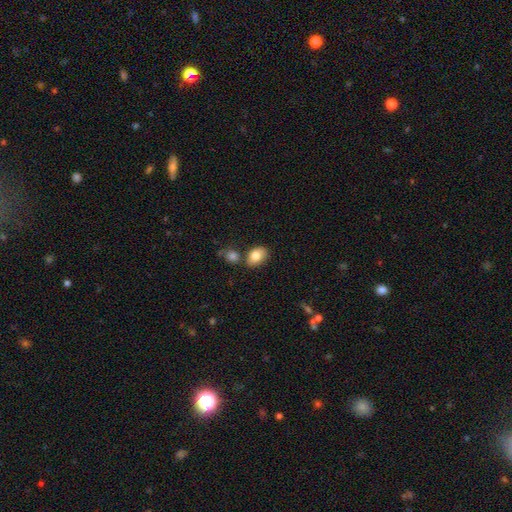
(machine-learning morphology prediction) A smooth galaxy with no disk features (82%) that is in between round and cigar-shaped (83%). Merging: none (69%).